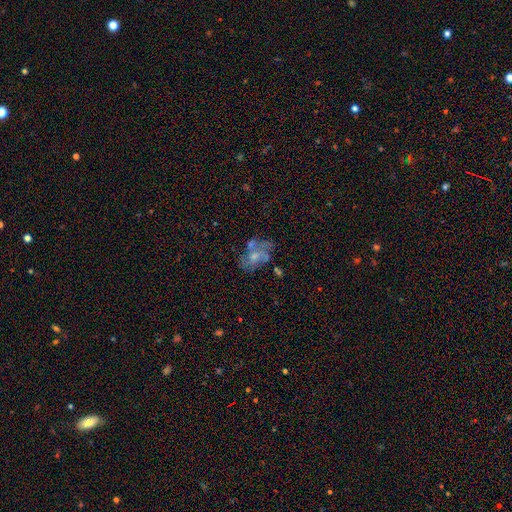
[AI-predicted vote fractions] Smooth or featured: featured or disk — 52% (smooth — 37%)
Edge-on disk: no — 96% (yes — 4%)
Bar: no — 78% (weak — 19%)
Spiral arms: no — 62% (yes — 38%)
Bulge size: moderate — 43% (small — 38%)
Merging: none — 40% (minor disturbance — 22%)